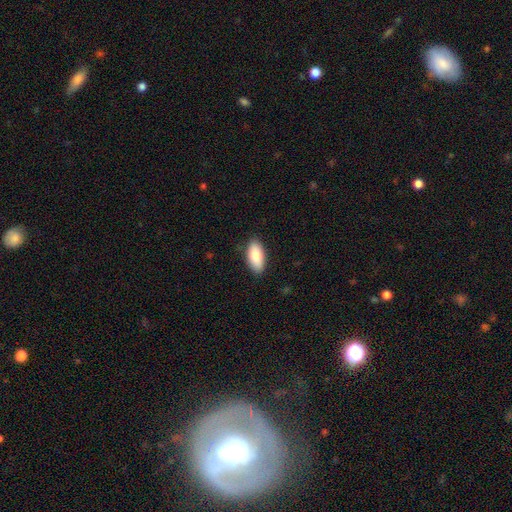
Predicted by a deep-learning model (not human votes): Morphology: type=smooth (84%); roundness=in between (90%); merging=none (86%).